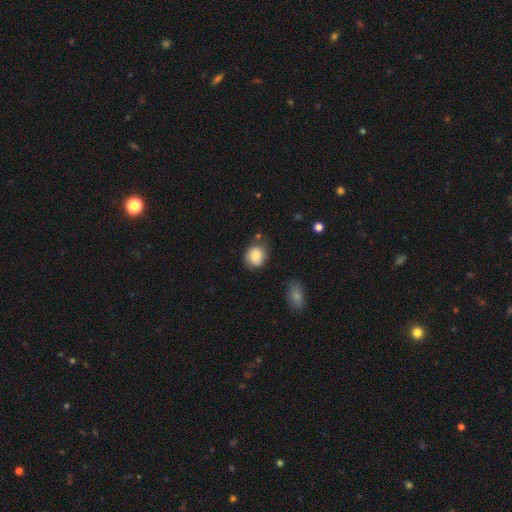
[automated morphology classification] This appears to be a smooth galaxy with no disk features (80%) that is round (65%). Merging: none (68%).